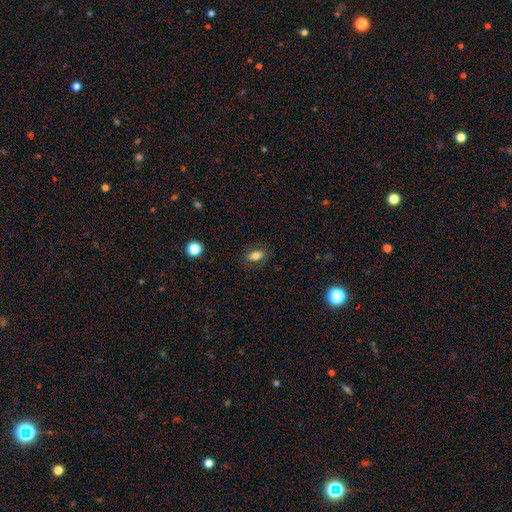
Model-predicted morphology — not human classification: Overall: smooth (79%). How rounded: in between (85%). Merging: none (84%).